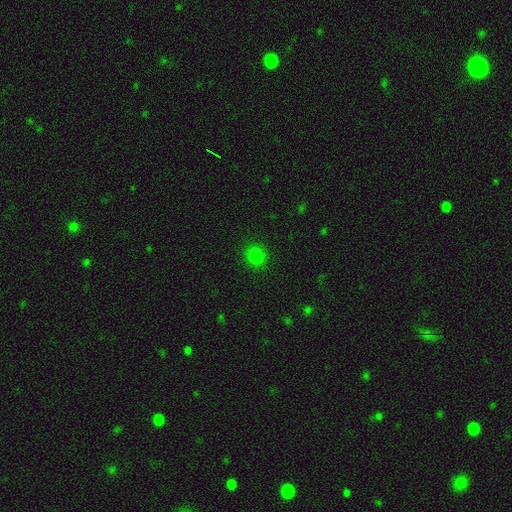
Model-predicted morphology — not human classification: Q: Smooth or featured?
A: smooth (79%); runner-up: star or artifact (16%)
Q: How rounded?
A: round (64%); runner-up: in between (34%)
Q: Merging?
A: none (88%); runner-up: minor disturbance (8%)